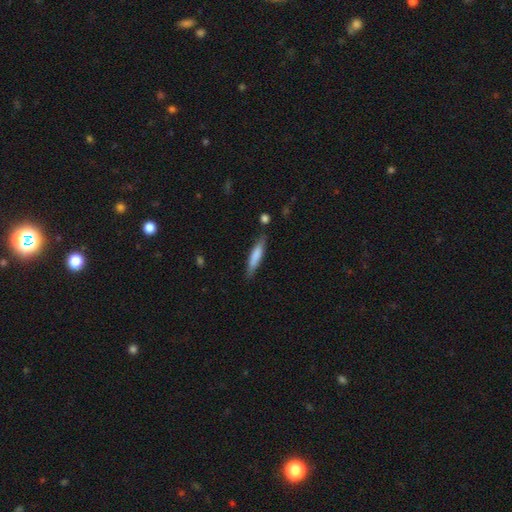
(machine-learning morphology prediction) smooth_or_featured: smooth (p=0.76) [alt: featured or disk p=0.19]
how_rounded: cigar-shaped (p=0.86) [alt: in between p=0.13]
merging: none (p=0.81) [alt: minor disturbance p=0.14]